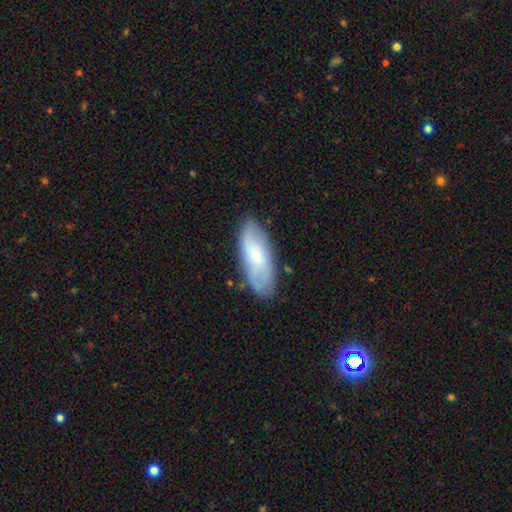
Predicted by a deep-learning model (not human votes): Smooth or featured?
  - smooth: 54% *
  - featured or disk: 39%
  - star or artifact: 7%
How rounded?
  - in between: 79% *
  - cigar-shaped: 19%
  - round: 2%
Merging?
  - none: 78% *
  - minor disturbance: 17%
  - major disturbance: 4%
  - merger: 2%